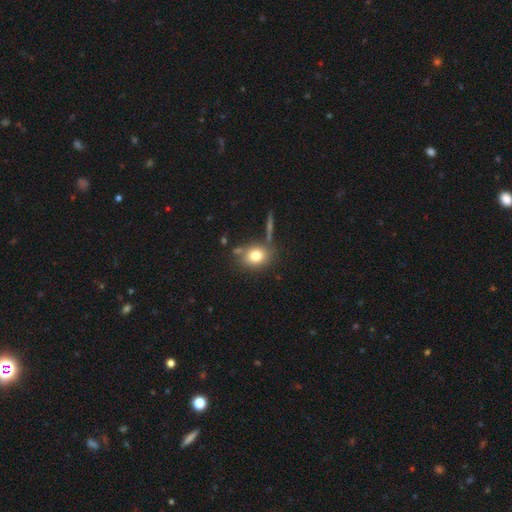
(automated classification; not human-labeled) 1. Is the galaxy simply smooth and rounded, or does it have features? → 78% smooth, 12% featured or disk, 11% star or artifact.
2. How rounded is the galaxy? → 57% round, 41% in between, 2% cigar-shaped.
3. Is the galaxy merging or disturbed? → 70% none, 14% minor disturbance, 11% merger, 5% major disturbance.